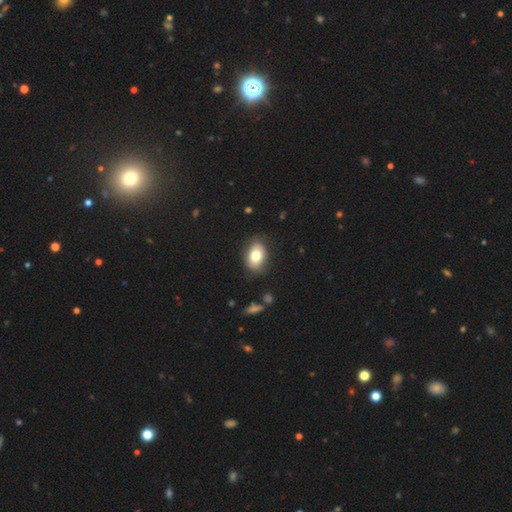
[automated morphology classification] Overall: smooth (80%). How rounded: in between (83%). Merging: none (79%).